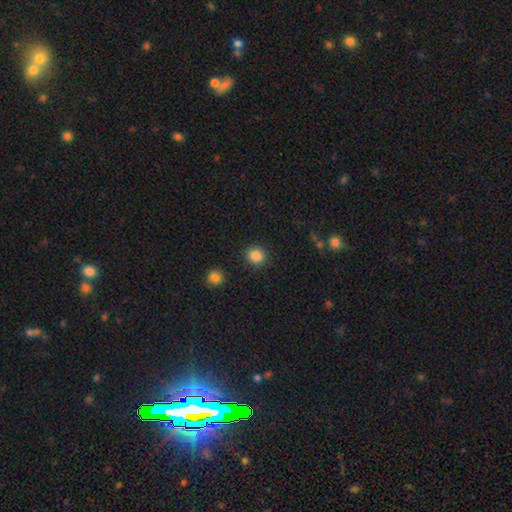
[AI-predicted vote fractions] Smooth or featured? smooth (86%)
How rounded? round (88%)
Merging? none (90%)